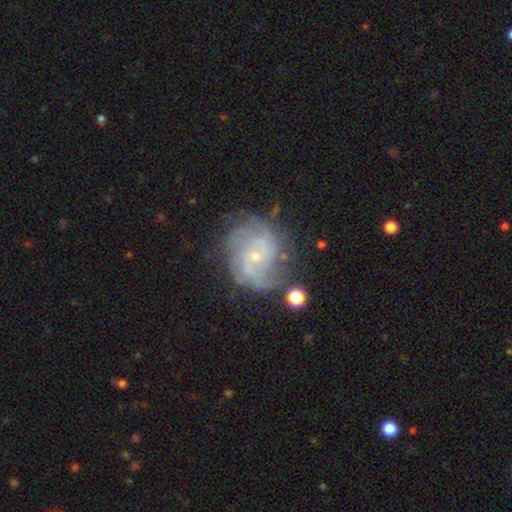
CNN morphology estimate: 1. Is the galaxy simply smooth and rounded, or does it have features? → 85% featured or disk, 8% smooth, 7% star or artifact.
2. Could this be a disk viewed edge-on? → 98% no, 2% yes.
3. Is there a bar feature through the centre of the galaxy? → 67% no, 28% weak, 6% strong.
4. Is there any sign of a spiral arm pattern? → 95% yes, 5% no.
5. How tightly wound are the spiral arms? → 44% tight, 42% medium, 14% loose.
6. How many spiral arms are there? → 35% 2, 24% can't tell, 20% 3, 10% 4, 6% more than 4, 6% 1.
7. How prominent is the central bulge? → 82% small, 14% moderate, 2% none, 1% large, 1% dominant.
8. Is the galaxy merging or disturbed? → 67% none, 19% minor disturbance, 10% major disturbance, 4% merger.